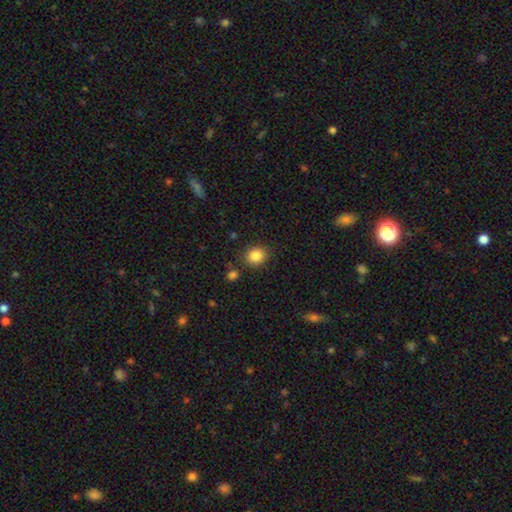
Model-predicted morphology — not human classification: Q: Smooth or featured?
A: smooth (86%); runner-up: star or artifact (10%)
Q: How rounded?
A: round (78%); runner-up: in between (21%)
Q: Merging?
A: none (85%); runner-up: minor disturbance (9%)